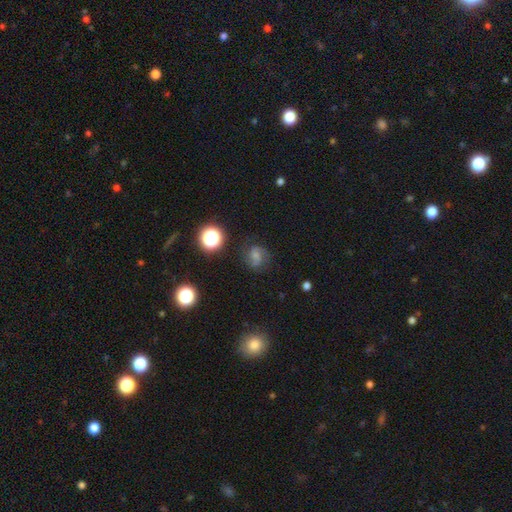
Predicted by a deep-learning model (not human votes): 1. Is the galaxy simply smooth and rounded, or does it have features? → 44% featured or disk, 39% smooth, 18% star or artifact.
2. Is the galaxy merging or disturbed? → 67% none, 20% minor disturbance, 11% major disturbance, 2% merger.